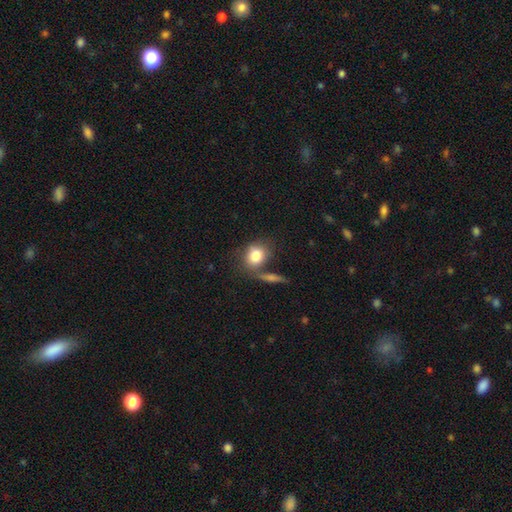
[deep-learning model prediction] A smooth galaxy with no disk features (80%) that is round (59%). Merging: none (52%).